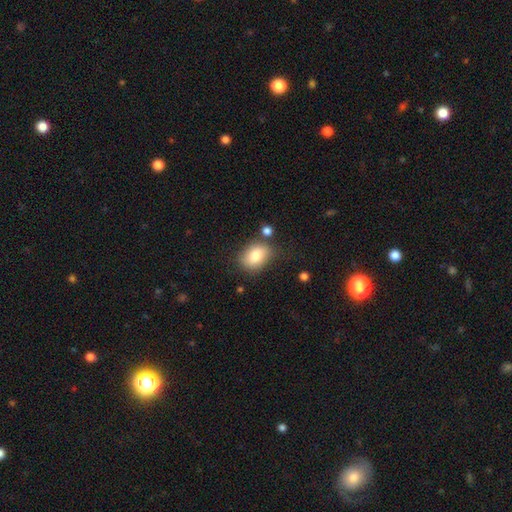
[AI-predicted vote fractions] Smooth or featured? Predicted: smooth (p=0.81). How rounded? Predicted: in between (p=0.72). Merging? Predicted: none (p=0.71).